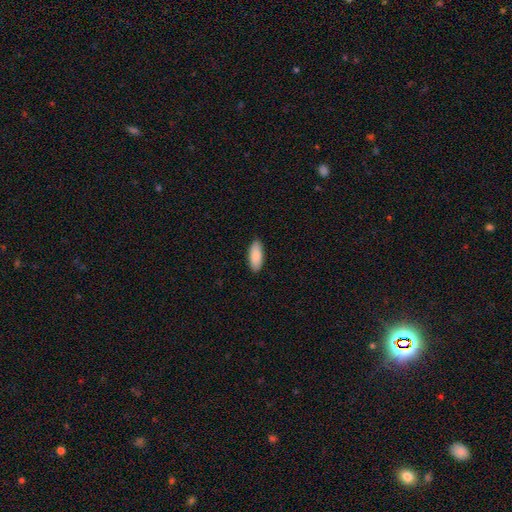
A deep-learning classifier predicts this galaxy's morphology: Q: Smooth or featured?
A: smooth (89%); runner-up: featured or disk (6%)
Q: How rounded?
A: in between (78%); runner-up: cigar-shaped (20%)
Q: Merging?
A: none (89%); runner-up: minor disturbance (8%)